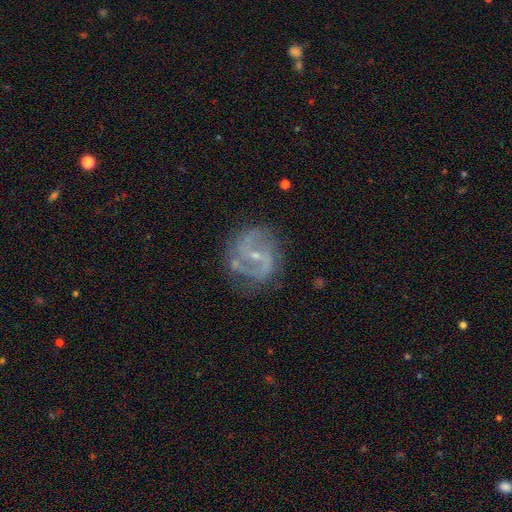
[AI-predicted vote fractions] This appears to be a featured or disk galaxy (85%) with a weak bar (47%), 2 (83%) medium (53%) spiral arms (95%) and a small central bulge (75%). Merging: none (75%).